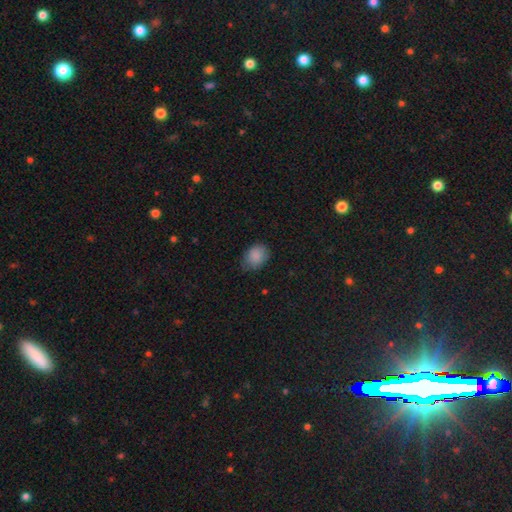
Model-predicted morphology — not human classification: type=smooth (87%); roundness=in between (62%); merging=none (68%).